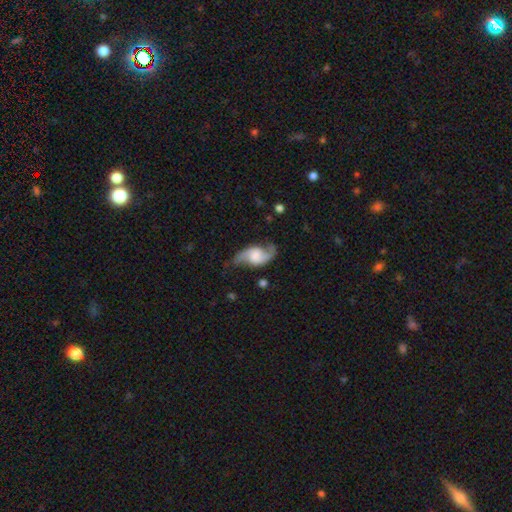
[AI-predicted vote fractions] Smooth or featured?
  - featured or disk: 81% *
  - smooth: 13%
  - star or artifact: 6%
Edge-on disk?
  - no: 96% *
  - yes: 4%
Bar?
  - no: 51% *
  - weak: 38%
  - strong: 11%
Spiral arms?
  - yes: 95% *
  - no: 5%
Spiral winding?
  - loose: 61% *
  - medium: 32%
  - tight: 8%
Spiral arm count?
  - 2: 92% *
  - can't tell: 3%
  - 1: 3%
  - 3: 1%
  - 4: 1%
  - more than 4: 1%
Bulge size?
  - none: 27% *
  - moderate: 25%
  - small: 22%
  - large: 22%
  - dominant: 4%
Merging?
  - none: 69% *
  - minor disturbance: 19%
  - major disturbance: 9%
  - merger: 2%